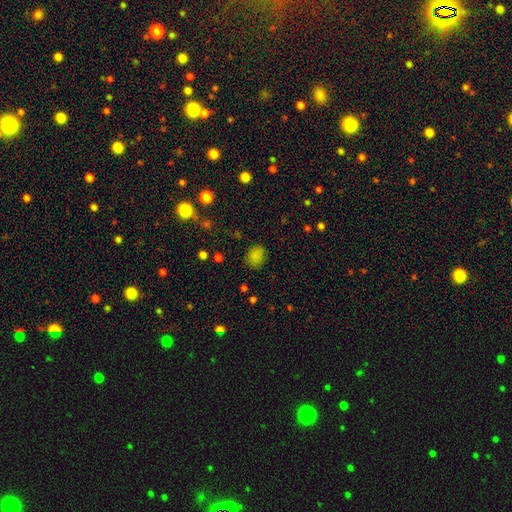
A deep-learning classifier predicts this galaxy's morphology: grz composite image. It shows a smooth galaxy with no disk features (81%) that is round (50%). Merging: none (81%).